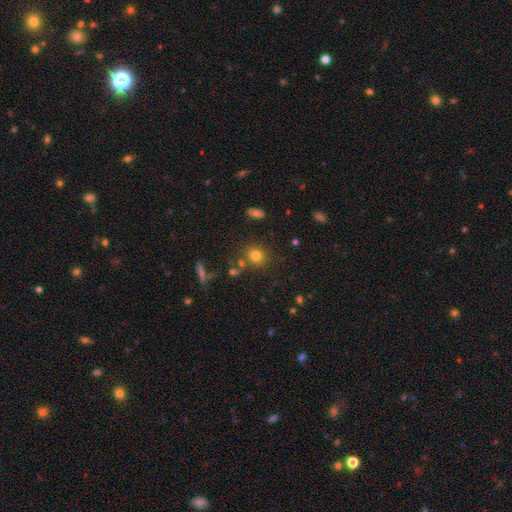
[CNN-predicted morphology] A smooth galaxy with no disk features (76%) that is round (84%). Merging: none (75%).